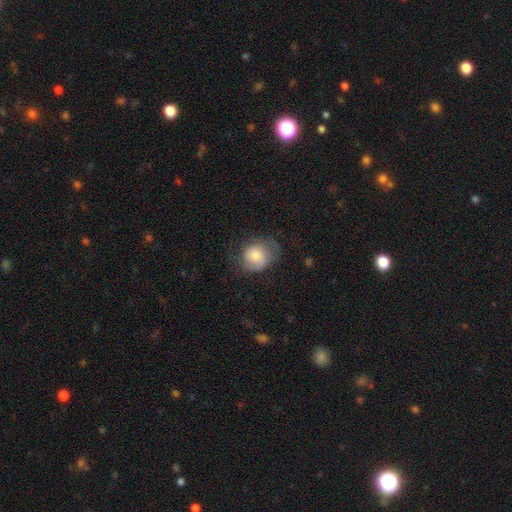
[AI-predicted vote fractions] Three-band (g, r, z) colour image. It shows a smooth galaxy with no disk features (65%) that is round (68%). Merging: none (52%).